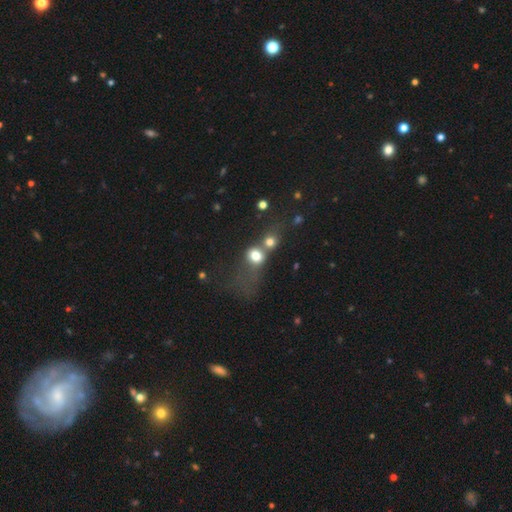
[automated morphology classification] Smooth or featured? smooth (71%)
How rounded? round (62%)
Merging? merger (61%)